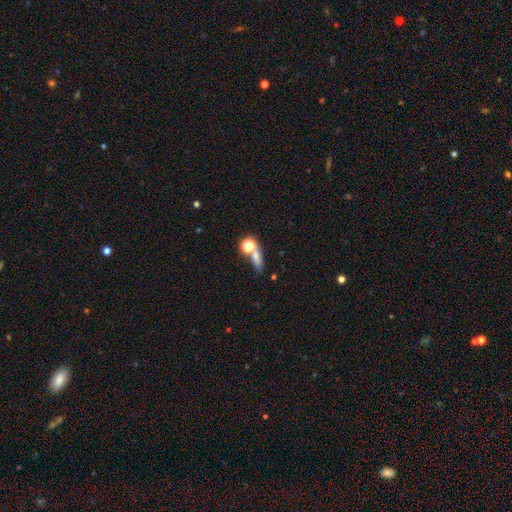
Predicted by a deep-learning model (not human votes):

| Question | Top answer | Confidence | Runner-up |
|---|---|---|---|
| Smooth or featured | smooth | 67% | star or artifact (17%) |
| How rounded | in between | 37% | round (34%) |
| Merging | none | 46% | merger (35%) |